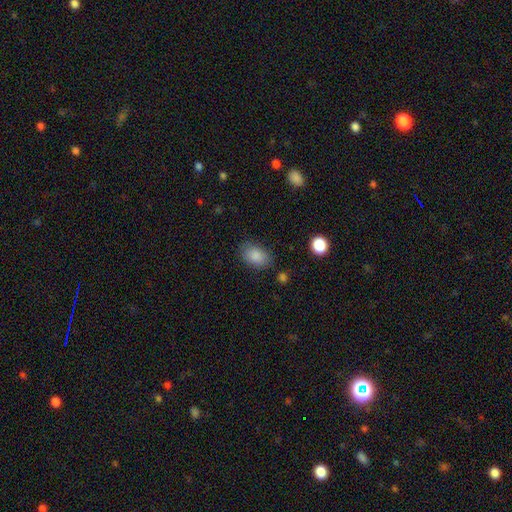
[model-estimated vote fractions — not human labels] Smooth or featured? Predicted: smooth (p=0.86). How rounded? Predicted: in between (p=0.85). Merging? Predicted: none (p=0.79).